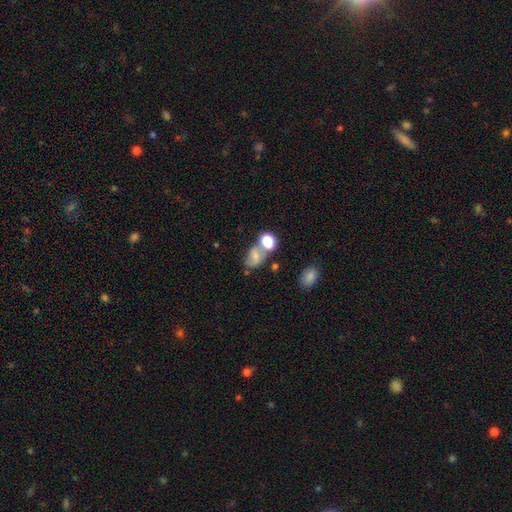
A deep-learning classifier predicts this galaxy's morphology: smooth-or-featured: smooth: 62% | featured or disk: 25% | star or artifact: 13%
  how-rounded: in between: 70% | round: 28% | cigar-shaped: 2%
  merging: merger: 41% | none: 34% | minor disturbance: 15% | major disturbance: 9%